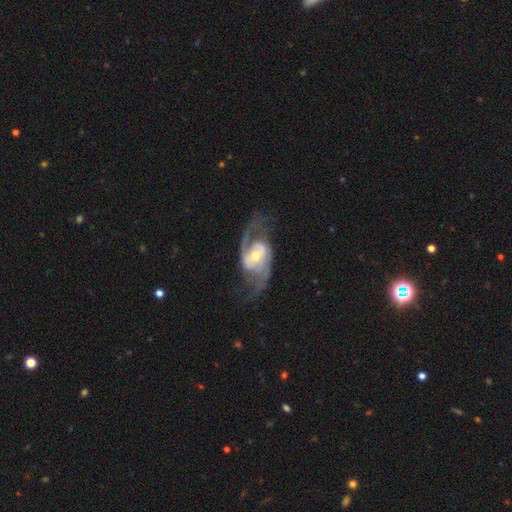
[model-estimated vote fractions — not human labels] Smooth or featured?
  - featured or disk: 89% *
  - smooth: 7%
  - star or artifact: 5%
Edge-on disk?
  - no: 96% *
  - yes: 4%
Bar?
  - weak: 40% *
  - no: 39%
  - strong: 21%
Spiral arms?
  - yes: 96% *
  - no: 4%
Spiral winding?
  - medium: 49% *
  - loose: 37%
  - tight: 14%
Spiral arm count?
  - 2: 91% *
  - can't tell: 3%
  - 3: 2%
  - 1: 2%
  - 4: 1%
  - more than 4: 1%
Bulge size?
  - moderate: 54% *
  - small: 35%
  - large: 8%
  - none: 2%
  - dominant: 1%
Merging?
  - none: 69% *
  - minor disturbance: 15%
  - major disturbance: 14%
  - merger: 2%